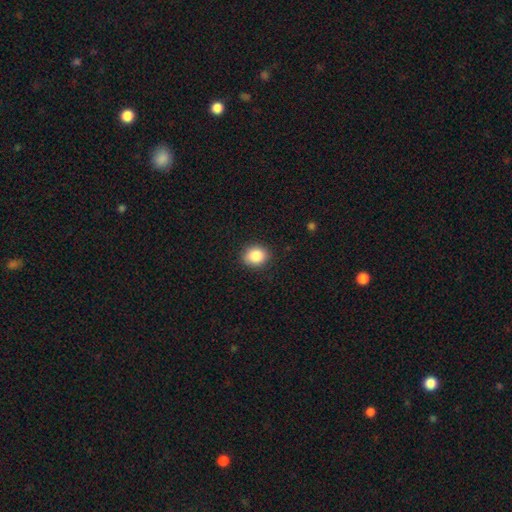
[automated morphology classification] A smooth galaxy with no disk features (88%) that is round (59%).

Vote fractions:
- Smooth or featured? smooth: 88% / star or artifact: 8% / featured or disk: 4%
- How rounded? round: 59% / in between: 40% / cigar-shaped: 1%
- Merging? none: 87% / minor disturbance: 10% / major disturbance: 2% / merger: 1%